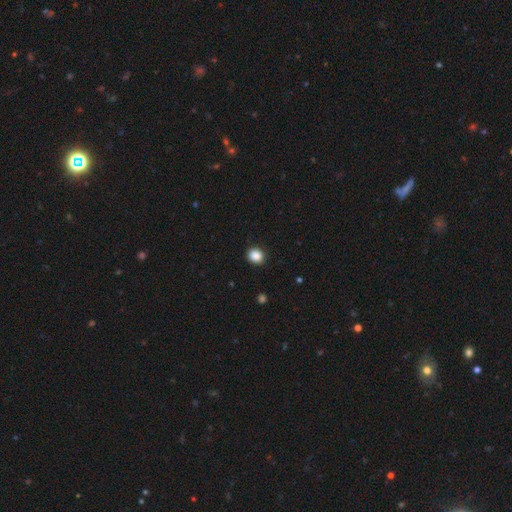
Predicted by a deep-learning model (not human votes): Overall: smooth (88%). How rounded: round (72%). Merging: none (91%).